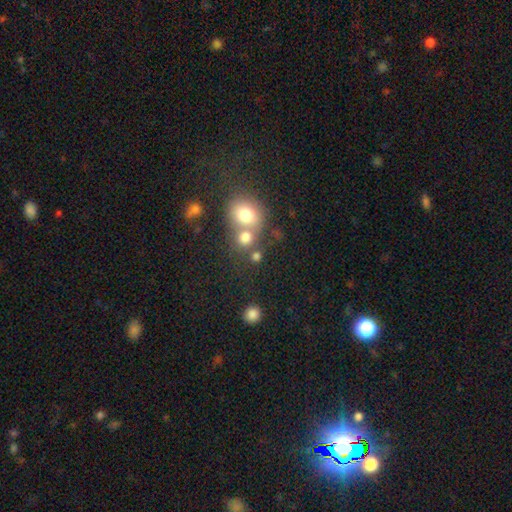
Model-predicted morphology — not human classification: Smooth or featured? smooth (73%)
How rounded? round (79%)
Merging? none (47%)